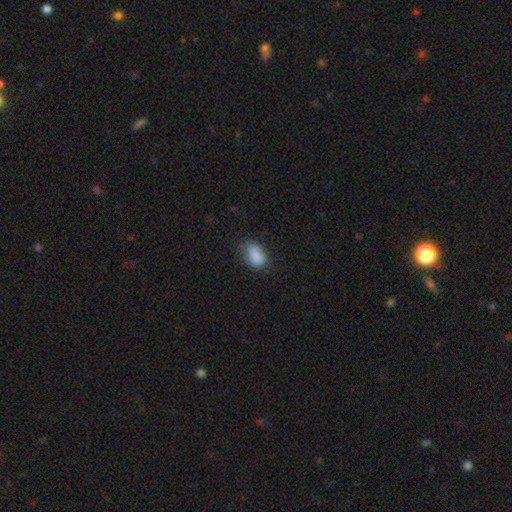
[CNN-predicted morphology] Smooth or featured? Predicted: smooth (p=0.87). How rounded? Predicted: in between (p=0.88). Merging? Predicted: none (p=0.65).